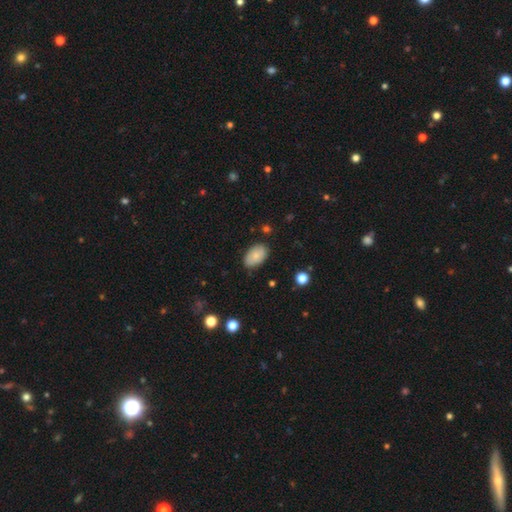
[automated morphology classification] Overall: smooth (81%). How rounded: in between (93%). Merging: none (82%).